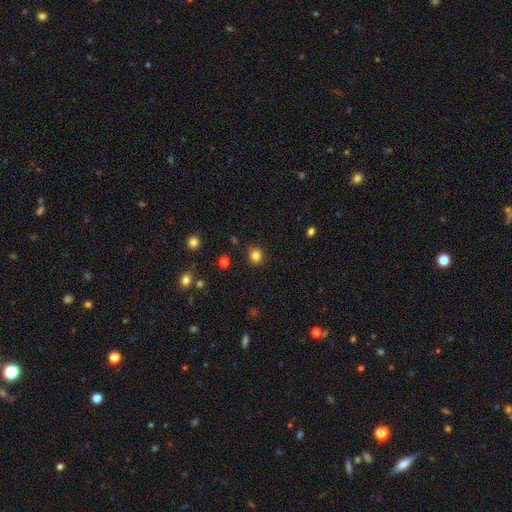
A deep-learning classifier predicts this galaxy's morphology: smooth-or-featured: smooth: 83% | star or artifact: 12% | featured or disk: 5%
  how-rounded: round: 81% | in between: 19% | cigar-shaped: 1%
  merging: none: 89% | minor disturbance: 7% | major disturbance: 2% | merger: 2%